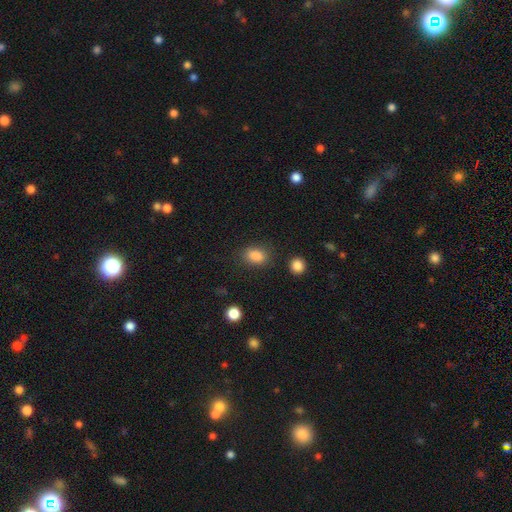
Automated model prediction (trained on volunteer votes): Overall: smooth (86%). How rounded: in between (75%). Merging: none (80%).